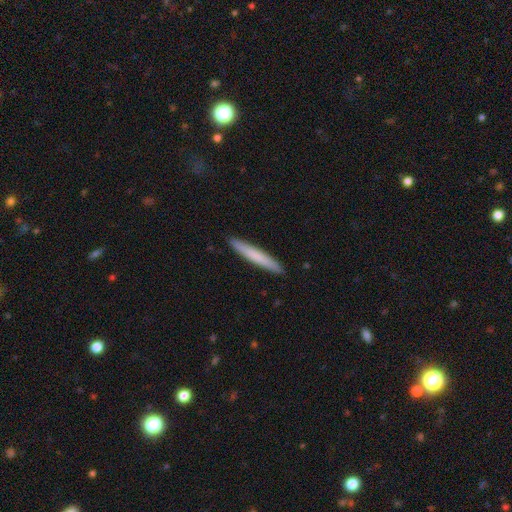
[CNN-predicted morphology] This appears to be a smooth galaxy with no disk features (73%) that is cigar-shaped (96%). Merging: none (92%).